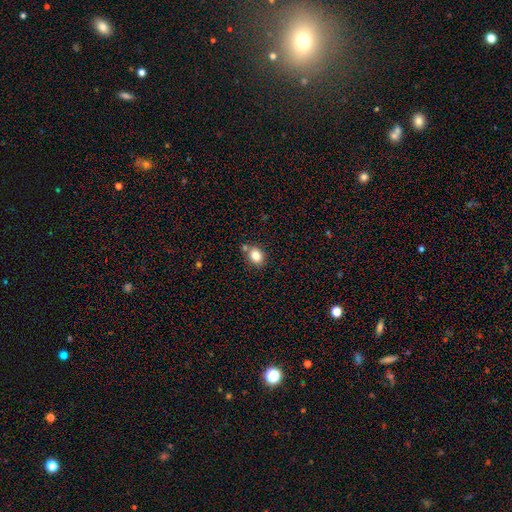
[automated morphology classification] type=smooth (82%); roundness=in between (57%); merging=none (69%).